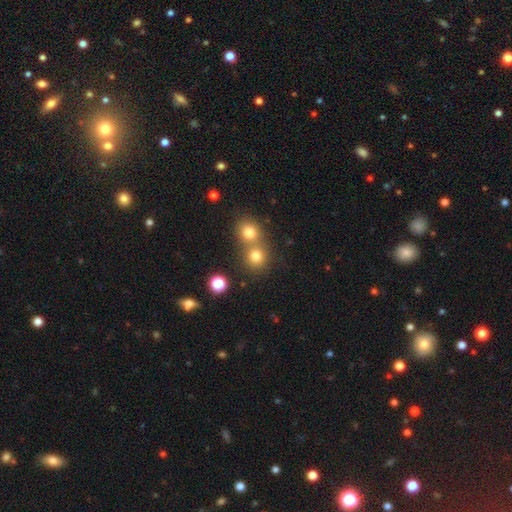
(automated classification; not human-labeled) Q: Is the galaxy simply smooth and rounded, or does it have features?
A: smooth — 77%.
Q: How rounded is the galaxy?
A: round — 86%.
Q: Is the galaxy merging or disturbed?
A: none — 50%.